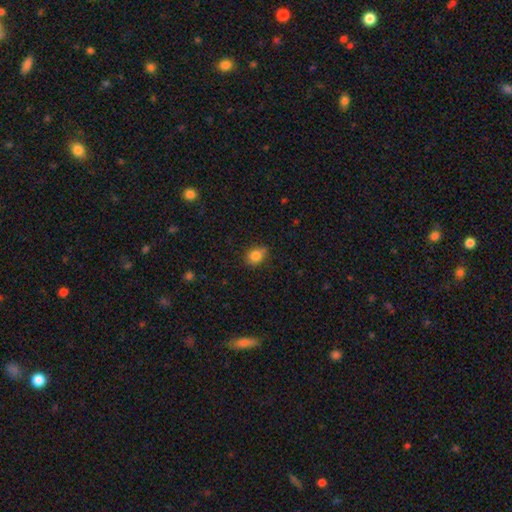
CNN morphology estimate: This is clearly a smooth galaxy (83%). How rounded: possibly round (54%). Merging: likely none (75%).